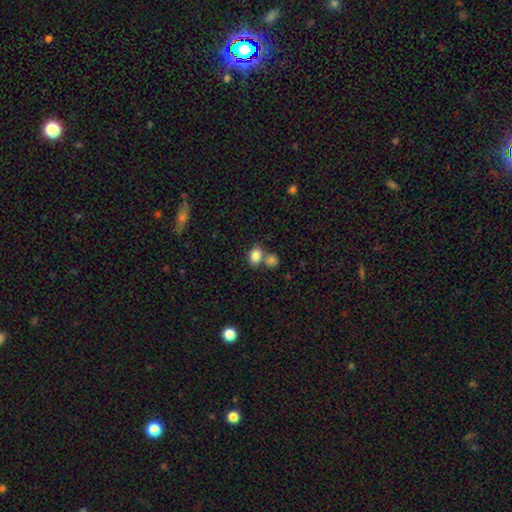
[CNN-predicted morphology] This appears to be a smooth galaxy with no disk features (83%) that is in between round and cigar-shaped (71%). Merging: none (52%).